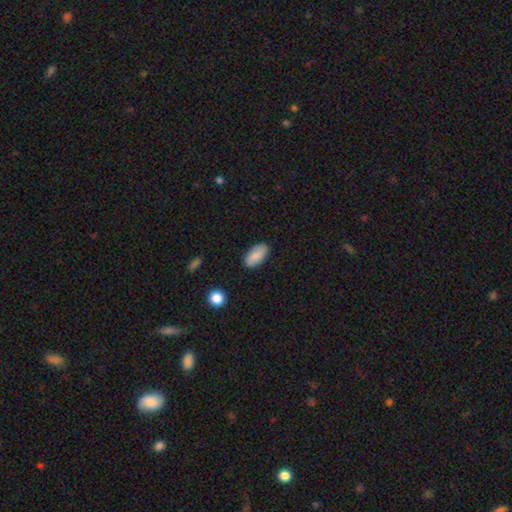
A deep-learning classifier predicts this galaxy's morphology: smooth-or-featured: smooth: 82% | featured or disk: 12% | star or artifact: 7%
  how-rounded: in between: 93% | cigar-shaped: 4% | round: 3%
  merging: none: 85% | minor disturbance: 11% | major disturbance: 2% | merger: 1%